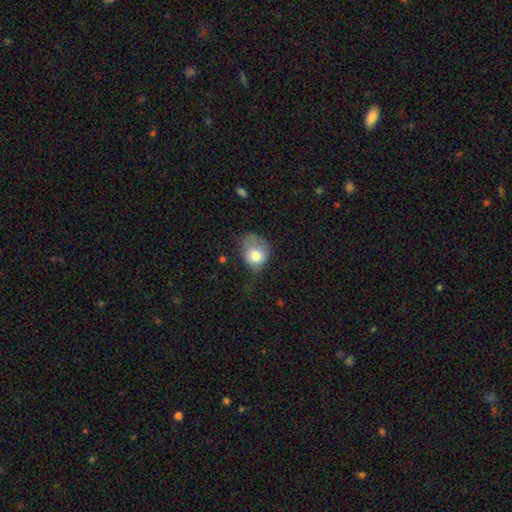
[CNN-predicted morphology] smooth-or-featured: smooth: 77% | featured or disk: 15% | star or artifact: 9%
  how-rounded: round: 50% | in between: 49% | cigar-shaped: 1%
  merging: minor disturbance: 40% | major disturbance: 31% | none: 27% | merger: 3%